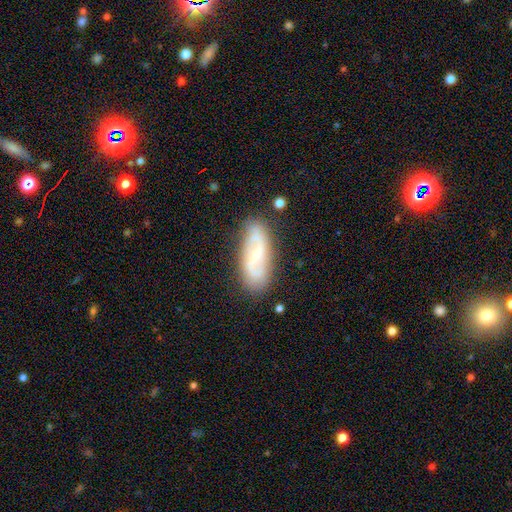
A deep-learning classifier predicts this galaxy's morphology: A featured or disk galaxy (69%) with a weak bar (44%), 2 (84%) loose (41%) spiral arms (88%) and a small central bulge (68%). Merging: none (82%).